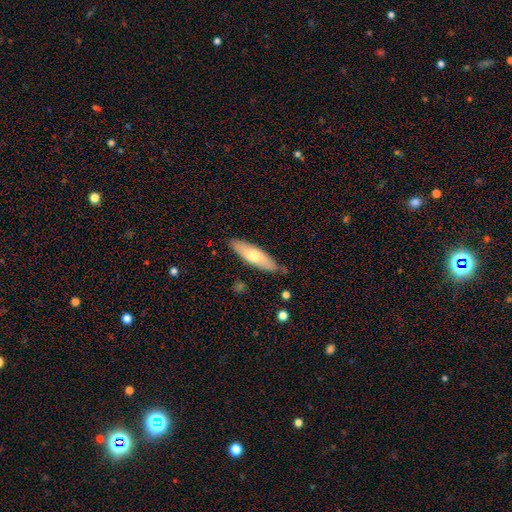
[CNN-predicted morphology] Overall: smooth (62%; featured or disk 33%). How rounded: cigar-shaped (56%; in between 43%). Merging: none (80%).